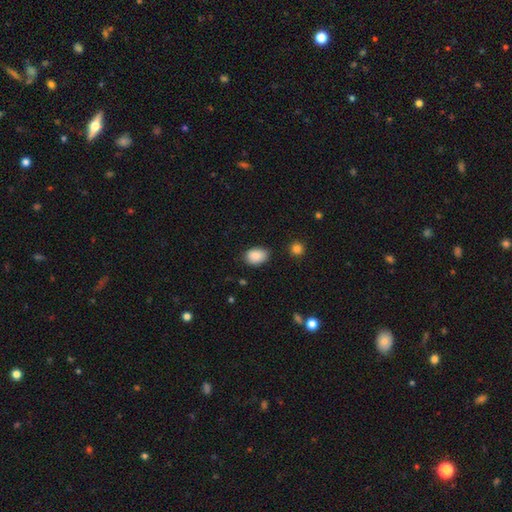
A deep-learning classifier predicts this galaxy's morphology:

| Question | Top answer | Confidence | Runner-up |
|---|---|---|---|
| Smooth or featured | smooth | 88% | star or artifact (8%) |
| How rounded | in between | 81% | round (18%) |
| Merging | none | 79% | minor disturbance (16%) |